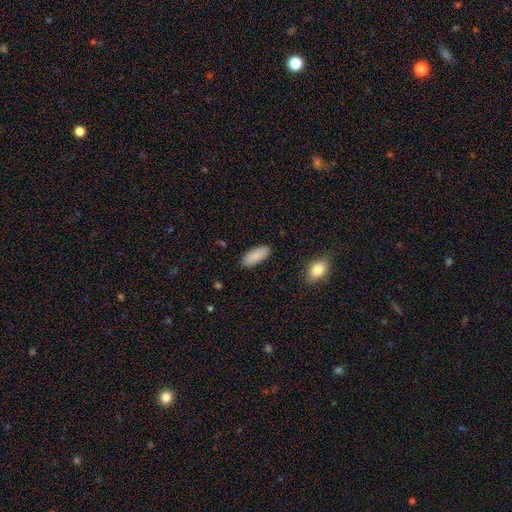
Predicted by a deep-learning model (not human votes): Smooth or featured?
  - smooth: 86% *
  - featured or disk: 8%
  - star or artifact: 6%
How rounded?
  - in between: 86% *
  - cigar-shaped: 12%
  - round: 2%
Merging?
  - none: 86% *
  - minor disturbance: 10%
  - major disturbance: 2%
  - merger: 1%